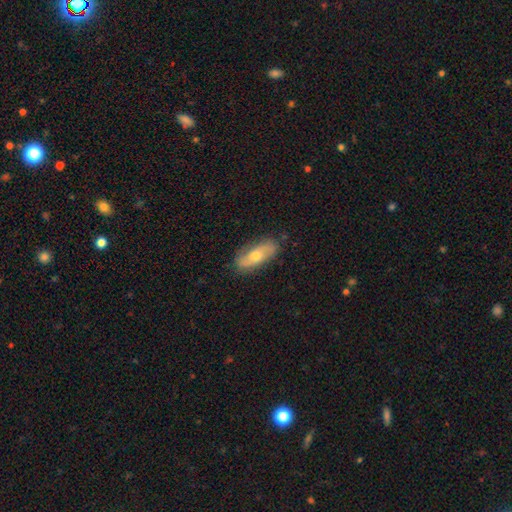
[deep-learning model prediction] Q: Smooth or featured?
A: featured or disk (52%); runner-up: smooth (41%)
Q: Edge-on disk?
A: no (81%); runner-up: yes (19%)
Q: Merging?
A: none (81%); runner-up: minor disturbance (15%)